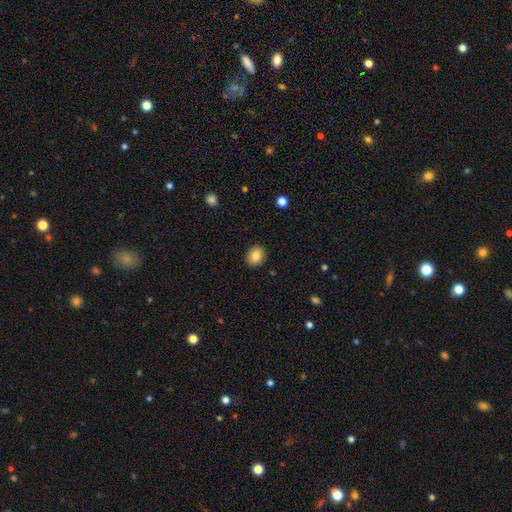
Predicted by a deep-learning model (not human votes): smooth 84%, star or artifact 9%, featured or disk 8%. Down the decision tree: how rounded — round (60%); merging — none (90%).